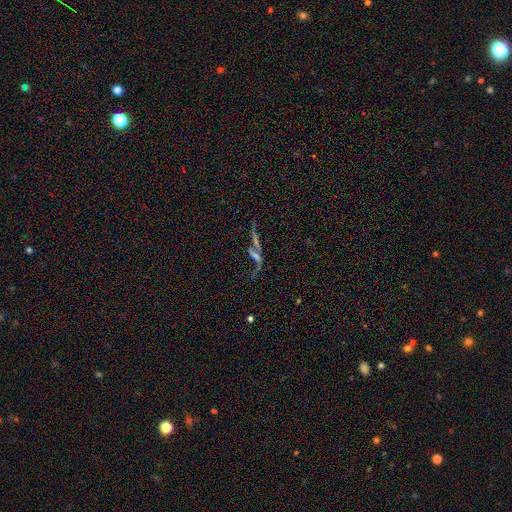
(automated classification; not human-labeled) smooth_or_featured: featured or disk (p=0.50) [alt: star or artifact p=0.29]
merging: none (p=0.35) [alt: merger p=0.32]